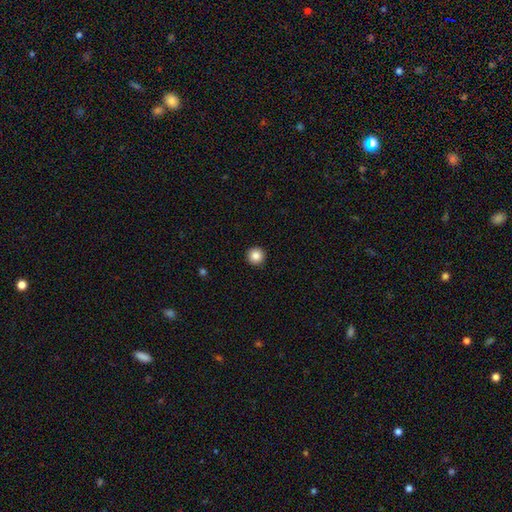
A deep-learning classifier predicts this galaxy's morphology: smooth 86%, star or artifact 10%, featured or disk 5%. Down the decision tree: how rounded — round (96%); merging — none (94%).